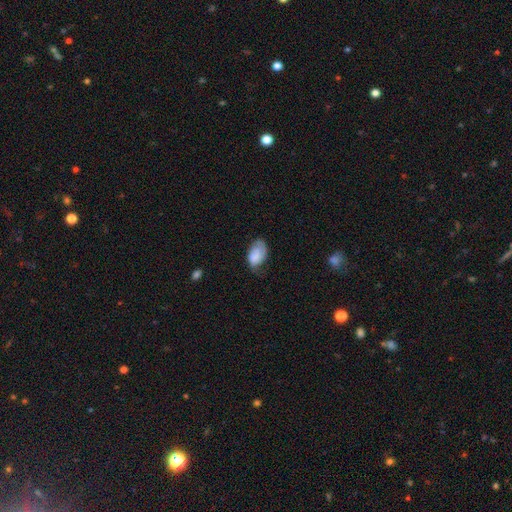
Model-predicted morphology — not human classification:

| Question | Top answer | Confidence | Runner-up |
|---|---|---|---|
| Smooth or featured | smooth | 66% | featured or disk (26%) |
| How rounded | in between | 90% | round (9%) |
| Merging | none | 42% | minor disturbance (38%) |